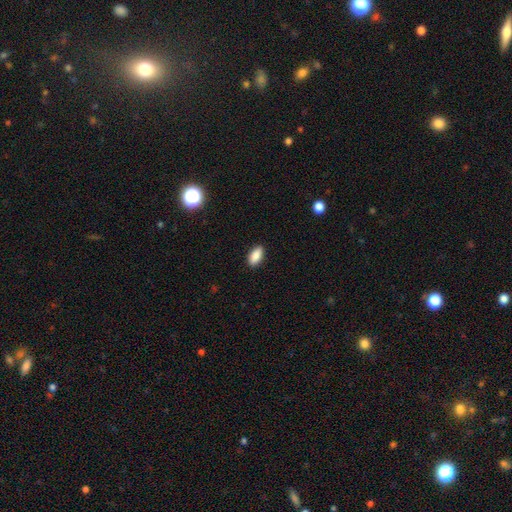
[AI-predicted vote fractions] This appears to be a smooth galaxy with no disk features (88%) that is in between round and cigar-shaped (90%). Merging: none (89%).